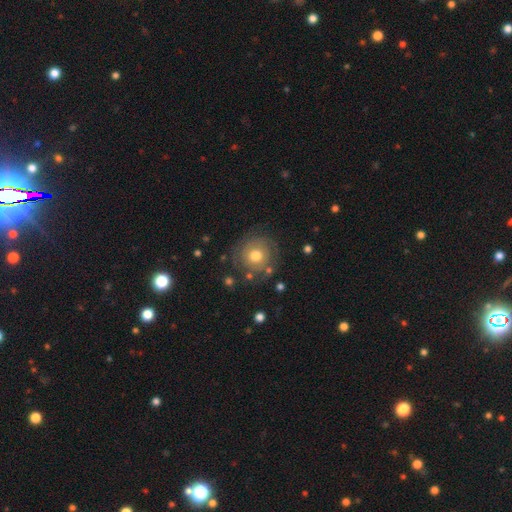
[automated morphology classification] The model was most divided on "smooth or featured": smooth: 46%, featured or disk: 45%, star or artifact: 9%. More confident: merging — none (77%).